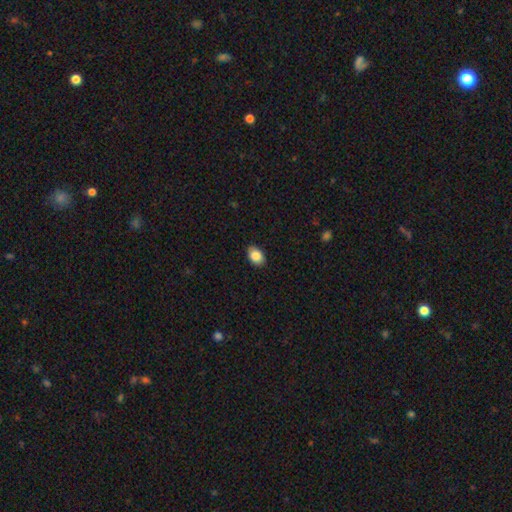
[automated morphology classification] Overall: smooth (87%). How rounded: in between (85%). Merging: none (88%).